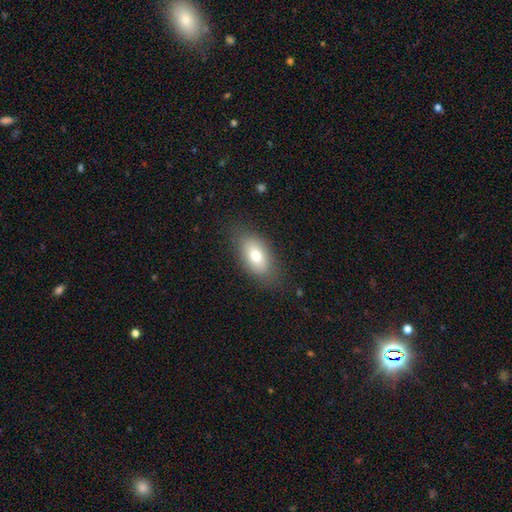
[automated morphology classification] The model was most divided on "smooth or featured": smooth: 75%, featured or disk: 16%, star or artifact: 8%. More confident: how rounded — in between (89%); merging — none (81%).